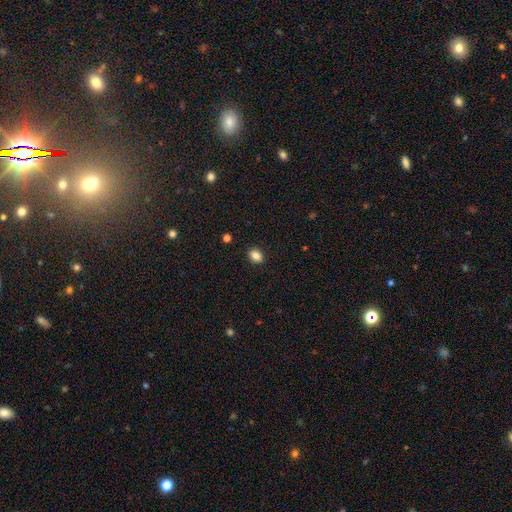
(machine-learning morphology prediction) smooth_or_featured: smooth (p=0.86) [alt: star or artifact p=0.10]
how_rounded: in between (p=0.62) [alt: round p=0.37]
merging: none (p=0.90) [alt: minor disturbance p=0.07]